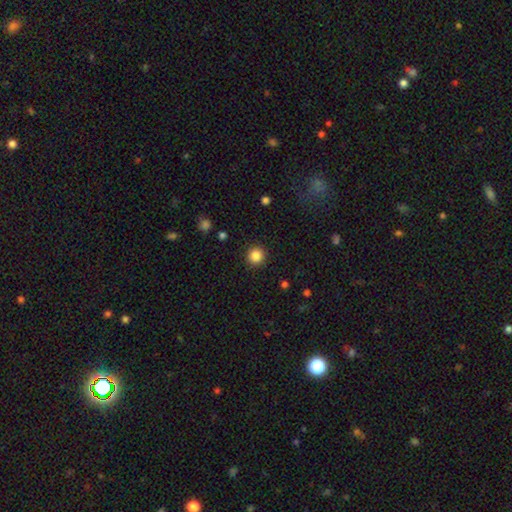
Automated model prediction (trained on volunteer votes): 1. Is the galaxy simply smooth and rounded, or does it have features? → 86% smooth, 11% star or artifact, 4% featured or disk.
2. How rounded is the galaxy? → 94% round, 5% in between, 1% cigar-shaped.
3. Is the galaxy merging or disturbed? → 92% none, 5% minor disturbance, 2% major disturbance, 1% merger.